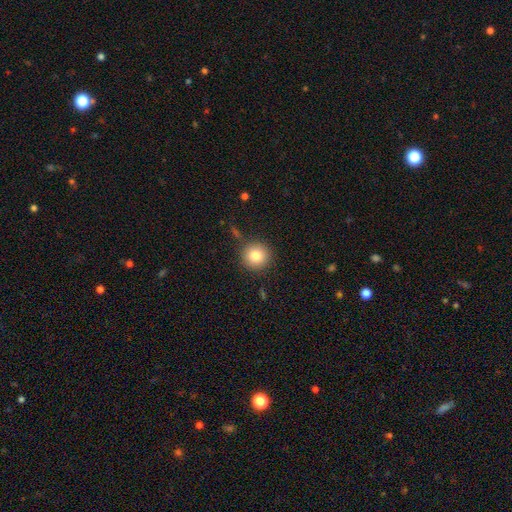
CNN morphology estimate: smooth-or-featured: smooth: 81% | star or artifact: 10% | featured or disk: 8%
  how-rounded: round: 94% | in between: 5% | cigar-shaped: 1%
  merging: none: 86% | minor disturbance: 8% | merger: 3% | major disturbance: 3%